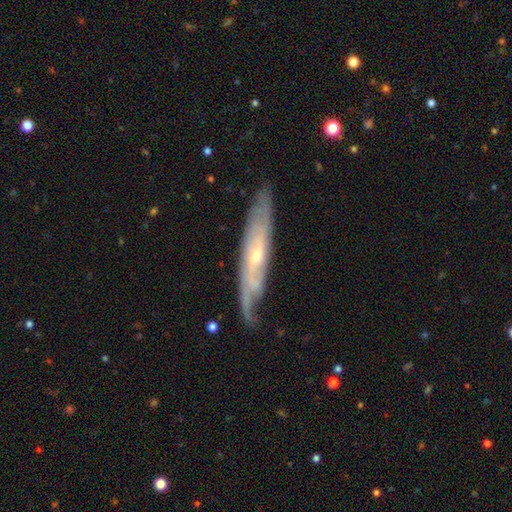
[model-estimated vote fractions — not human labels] Smooth or featured?
  - featured or disk: 78% *
  - smooth: 16%
  - star or artifact: 6%
Edge-on disk?
  - no: 53% *
  - yes: 47%
Merging?
  - none: 72% *
  - minor disturbance: 21%
  - major disturbance: 6%
  - merger: 2%